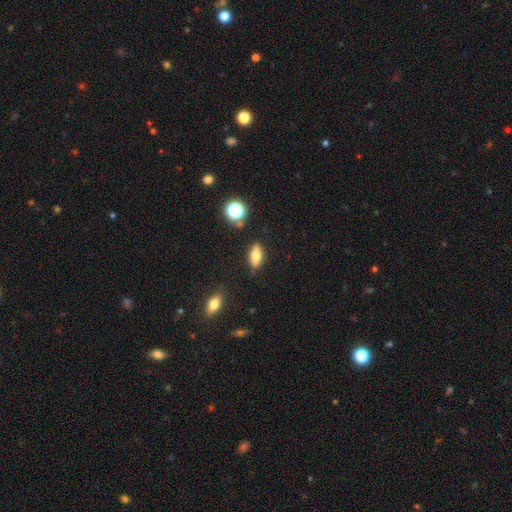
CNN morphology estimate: Smooth or featured: smooth — 72% (featured or disk — 18%)
How rounded: in between — 79% (cigar-shaped — 15%)
Merging: none — 84% (minor disturbance — 11%)